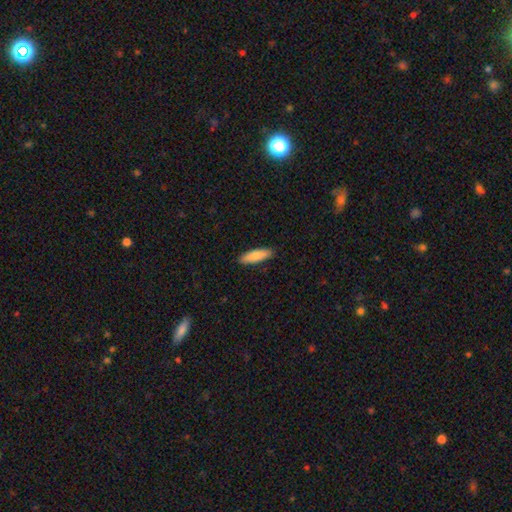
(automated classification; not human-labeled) smooth-or-featured: smooth: 83% | featured or disk: 12% | star or artifact: 5%
  how-rounded: cigar-shaped: 56% | in between: 43% | round: 2%
  merging: none: 90% | minor disturbance: 7% | major disturbance: 2% | merger: 1%